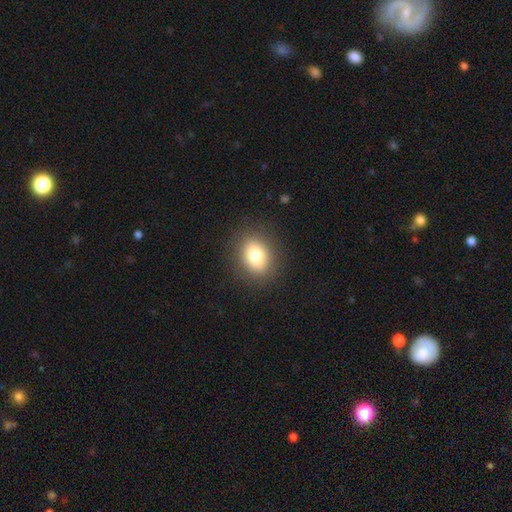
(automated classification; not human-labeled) Overall: smooth (79%). How rounded: in between (66%; round 32%). Merging: none (87%).